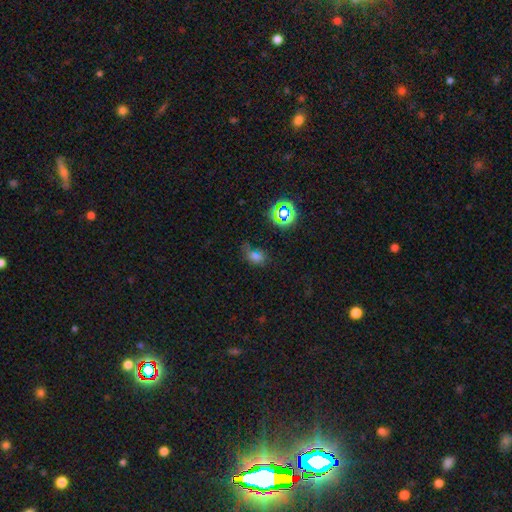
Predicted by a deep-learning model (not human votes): This is likely a smooth galaxy (61%). How rounded: likely in between (76%). Merging: possibly none (52%).